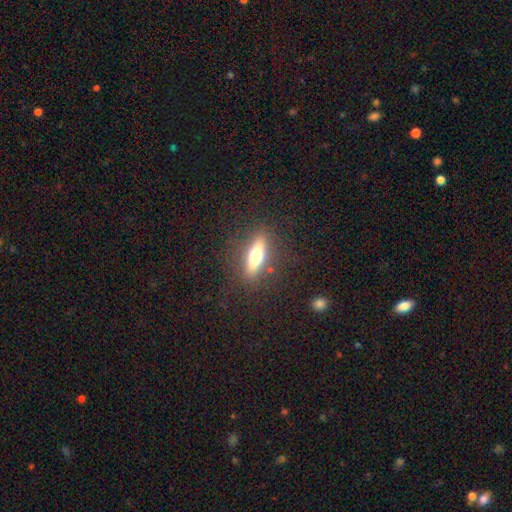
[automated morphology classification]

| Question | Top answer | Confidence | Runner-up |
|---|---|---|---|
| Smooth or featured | smooth | 50% | featured or disk (42%) |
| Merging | none | 86% | minor disturbance (9%) |